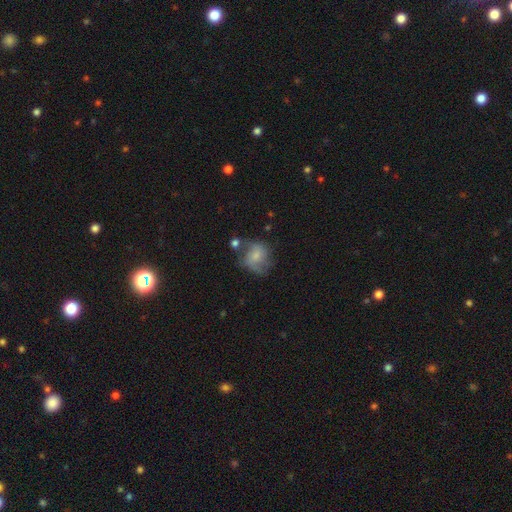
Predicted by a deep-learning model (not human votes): smooth_or_featured: smooth (p=0.54) [alt: featured or disk p=0.37]
how_rounded: round (p=0.61) [alt: in between p=0.38]
merging: none (p=0.45) [alt: minor disturbance p=0.27]